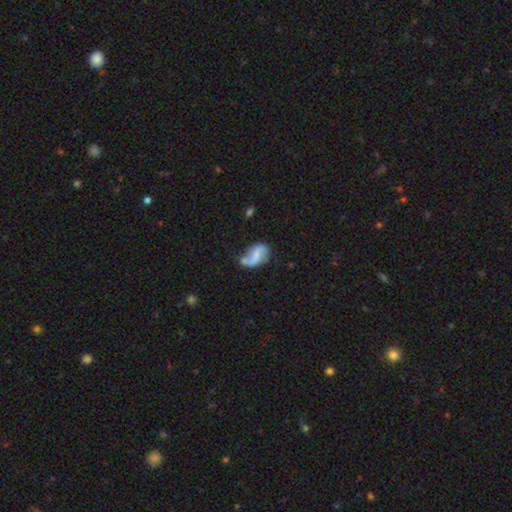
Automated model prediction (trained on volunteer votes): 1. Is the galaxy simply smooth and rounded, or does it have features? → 64% featured or disk, 28% smooth, 8% star or artifact.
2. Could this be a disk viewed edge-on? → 97% no, 3% yes.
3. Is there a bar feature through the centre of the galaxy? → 39% weak, 34% no, 27% strong.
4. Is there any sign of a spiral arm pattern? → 84% yes, 16% no.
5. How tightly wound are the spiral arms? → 72% loose, 21% medium, 7% tight.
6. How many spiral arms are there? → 83% 2, 9% 1, 5% can't tell, 1% 3, 1% 4, 1% more than 4.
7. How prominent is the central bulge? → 56% none, 24% small, 14% moderate, 4% large, 2% dominant.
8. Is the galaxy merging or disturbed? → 46% none, 25% minor disturbance, 15% major disturbance, 15% merger.